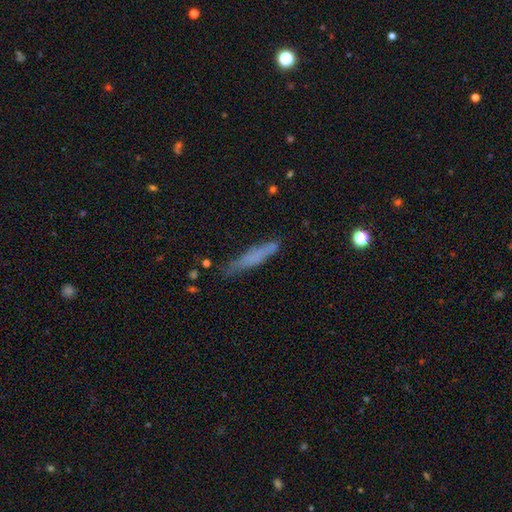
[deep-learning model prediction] Smooth or featured?
  - smooth: 65% *
  - featured or disk: 25%
  - star or artifact: 9%
How rounded?
  - cigar-shaped: 90% *
  - in between: 8%
  - round: 2%
Merging?
  - none: 70% *
  - minor disturbance: 21%
  - major disturbance: 6%
  - merger: 3%